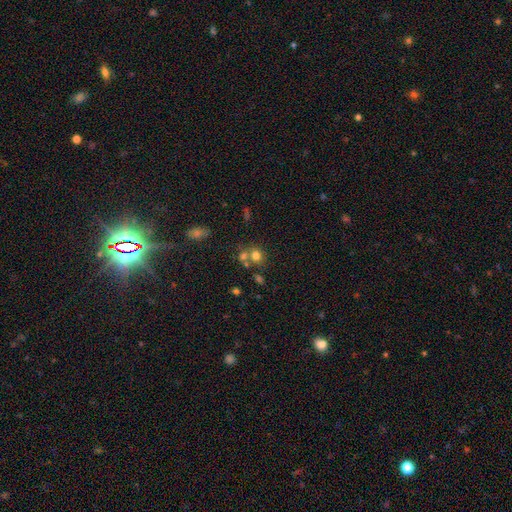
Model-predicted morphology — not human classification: smooth_or_featured: smooth (p=0.73) [alt: star or artifact p=0.15]
how_rounded: round (p=0.75) [alt: in between p=0.24]
merging: none (p=0.50) [alt: merger p=0.37]